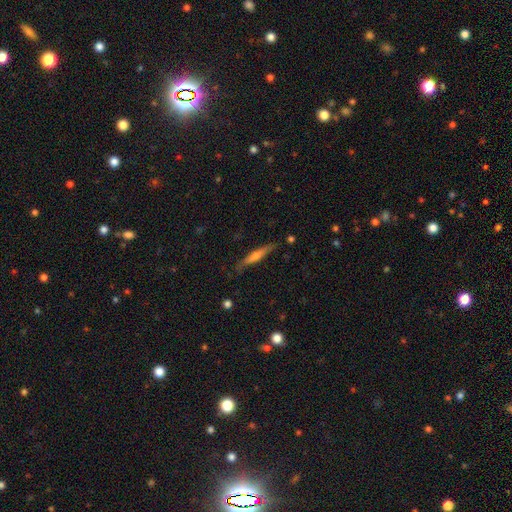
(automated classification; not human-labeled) Q: Smooth or featured?
A: featured or disk (60%); runner-up: smooth (34%)
Q: Edge-on disk?
A: yes (95%); runner-up: no (5%)
Q: Edge-on bulge?
A: rounded (71%); runner-up: none (20%)
Q: Merging?
A: none (83%); runner-up: minor disturbance (13%)